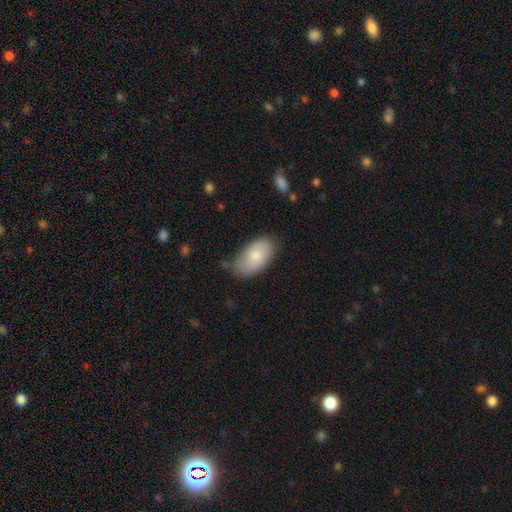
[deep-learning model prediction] Smooth or featured: smooth — 79% (featured or disk — 15%)
How rounded: in between — 95% (round — 3%)
Merging: none — 68% (minor disturbance — 24%)